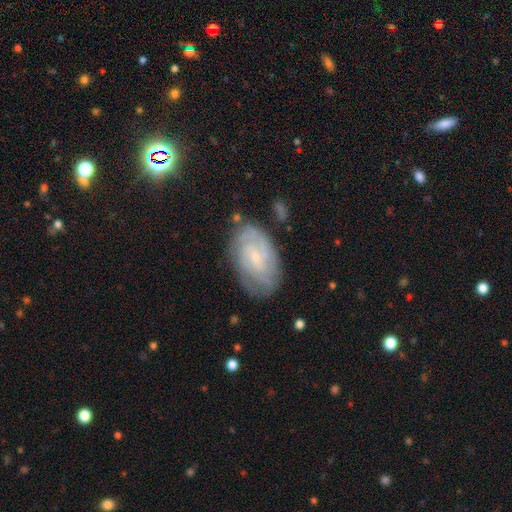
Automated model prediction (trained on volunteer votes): Smooth or featured: featured or disk — 69% (smooth — 24%)
Edge-on disk: no — 96% (yes — 4%)
Bar: weak — 49% (no — 42%)
Spiral arms: yes — 90% (no — 10%)
Spiral winding: tight — 59% (medium — 31%)
Spiral arm count: can't tell — 45% (2 — 26%)
Bulge size: small — 69% (moderate — 19%)
Merging: none — 74% (minor disturbance — 19%)